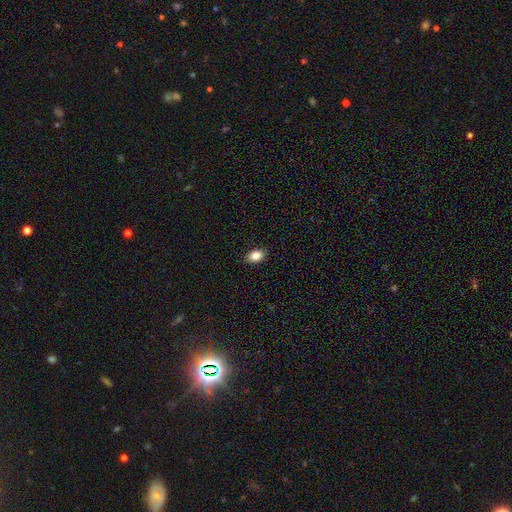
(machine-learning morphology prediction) This is clearly a smooth galaxy (87%). How rounded: clearly in between (87%). Merging: clearly none (89%).